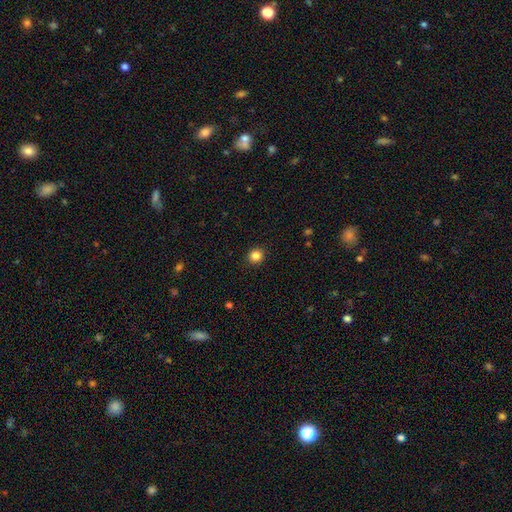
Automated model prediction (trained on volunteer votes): Smooth or featured? Predicted: smooth (p=0.85). How rounded? Predicted: round (p=0.91). Merging? Predicted: none (p=0.92).